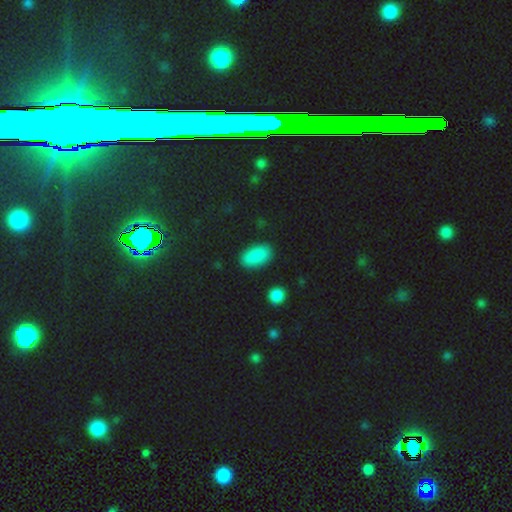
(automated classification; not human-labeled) Overall: smooth (88%). How rounded: in between (93%). Merging: none (87%).